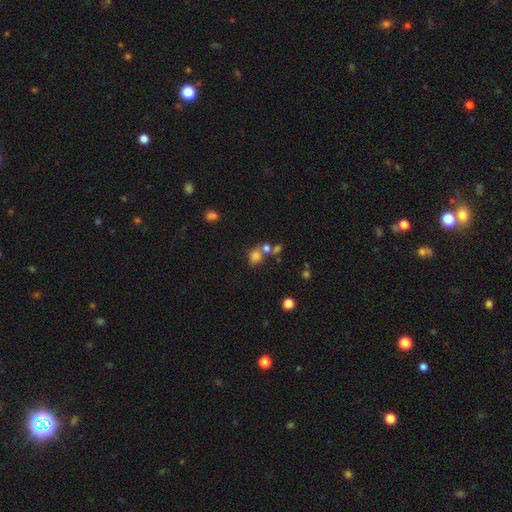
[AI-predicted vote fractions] The model was most divided on "merging" (2-way tie): none: 40%, merger: 40%, minor disturbance: 12%, major disturbance: 8%. More confident: smooth or featured — smooth (74%); how rounded — round (57%).